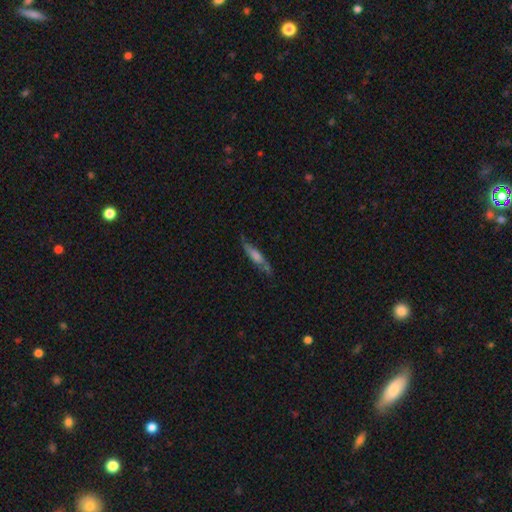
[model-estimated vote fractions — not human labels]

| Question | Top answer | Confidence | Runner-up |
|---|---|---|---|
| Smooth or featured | featured or disk | 53% | smooth (40%) |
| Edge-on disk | yes | 75% | no (25%) |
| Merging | none | 75% | minor disturbance (19%) |